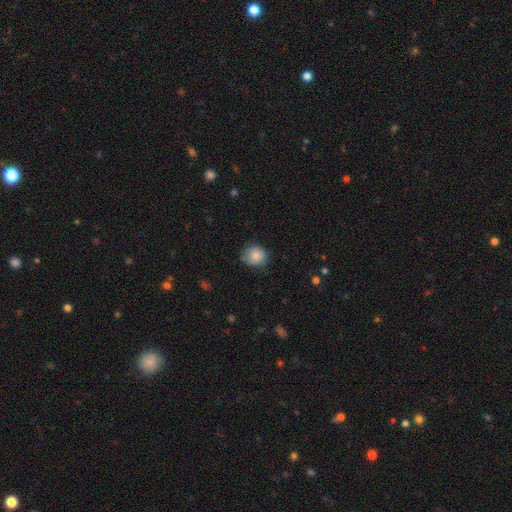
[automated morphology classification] type=smooth (84%); roundness=round (78%); merging=none (76%).